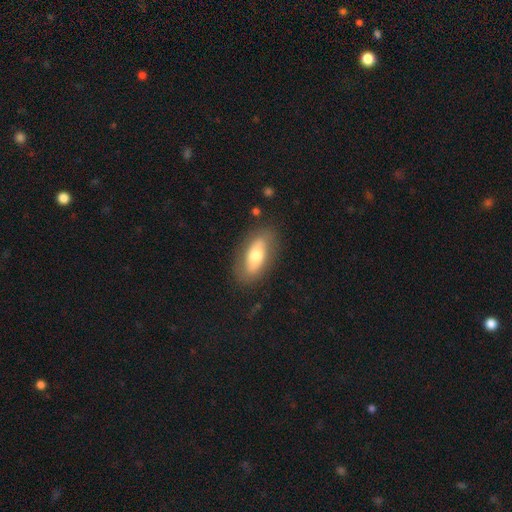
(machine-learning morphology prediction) The model was most divided on "smooth or featured": smooth: 59%, featured or disk: 35%, star or artifact: 6%. More confident: how rounded — in between (84%); merging — none (81%).